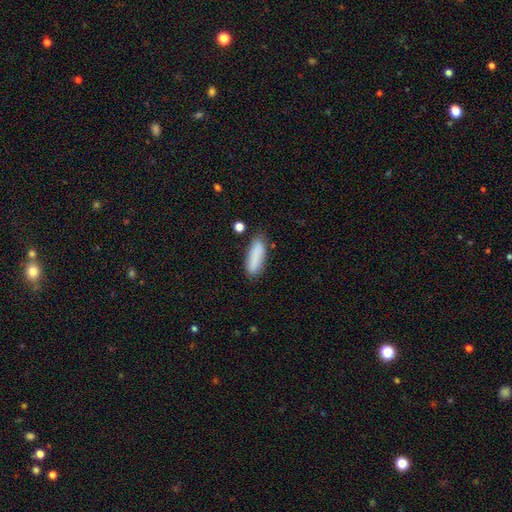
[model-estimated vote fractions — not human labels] Smooth or featured: smooth — 85% (featured or disk — 8%)
How rounded: in between — 51% (cigar-shaped — 47%)
Merging: none — 74% (minor disturbance — 17%)